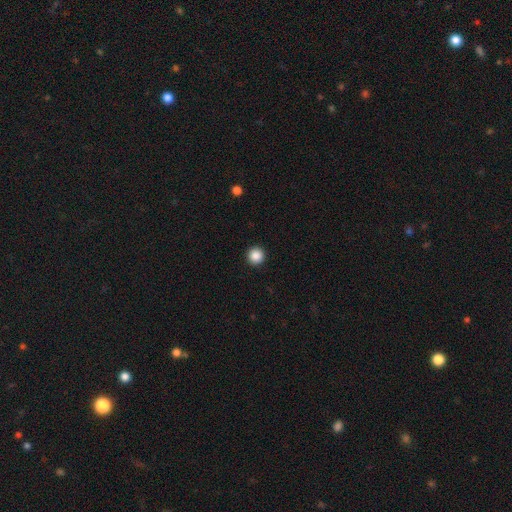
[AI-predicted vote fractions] Overall: smooth (87%). How rounded: round (96%). Merging: none (94%).